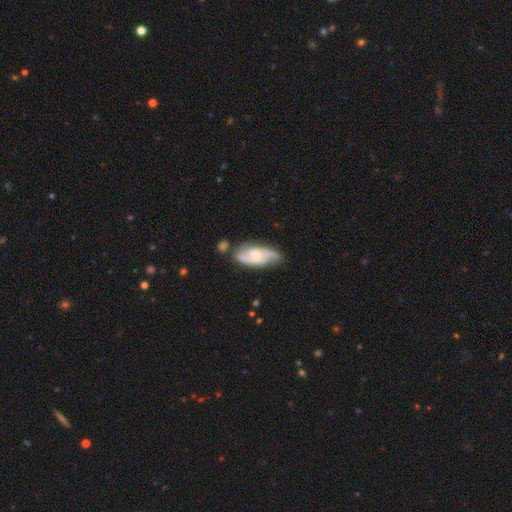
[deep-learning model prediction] Morphology: type=featured or disk (79%); edge-on=no (93%); bar=no (63%); spiral arms=yes (94%); winding=medium (46%); arm count=2 (76%); bulge=small (49%); merging=none (69%).